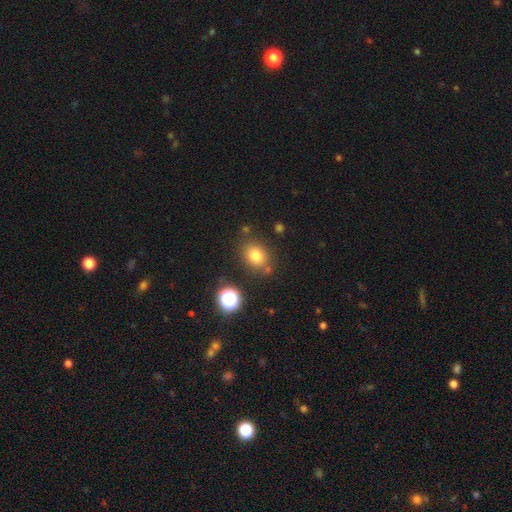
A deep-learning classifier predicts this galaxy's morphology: Smooth or featured?
  - smooth: 78% *
  - star or artifact: 14%
  - featured or disk: 9%
How rounded?
  - round: 52% *
  - in between: 47%
  - cigar-shaped: 1%
Merging?
  - none: 77% *
  - minor disturbance: 12%
  - merger: 7%
  - major disturbance: 4%